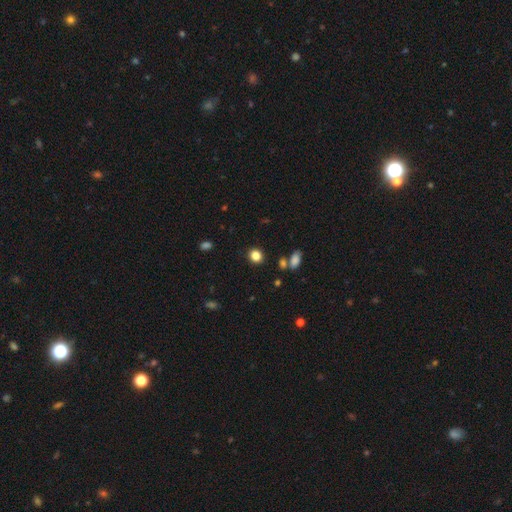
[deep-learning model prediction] Q: Smooth or featured?
A: smooth (84%); runner-up: star or artifact (12%)
Q: How rounded?
A: round (75%); runner-up: in between (24%)
Q: Merging?
A: none (86%); runner-up: minor disturbance (7%)